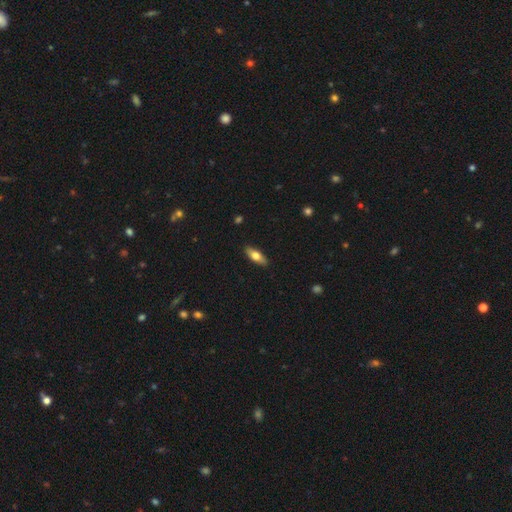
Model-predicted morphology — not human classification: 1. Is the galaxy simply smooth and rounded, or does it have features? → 65% smooth, 29% featured or disk, 6% star or artifact.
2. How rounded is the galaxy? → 65% in between, 33% cigar-shaped, 3% round.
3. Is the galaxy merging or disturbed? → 89% none, 8% minor disturbance, 2% major disturbance, 1% merger.